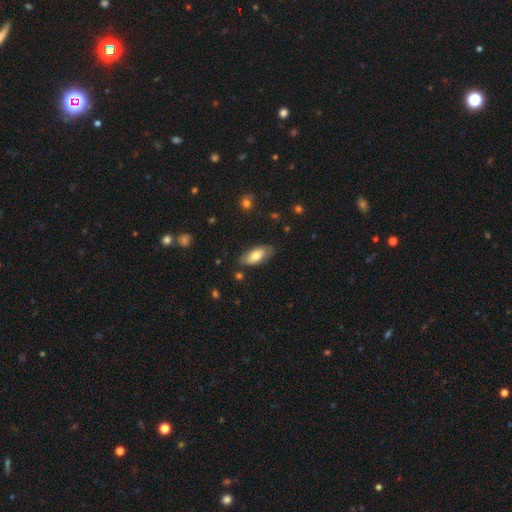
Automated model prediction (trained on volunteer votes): A smooth galaxy with no disk features (73%) that is in between round and cigar-shaped (86%). Merging: none (78%).